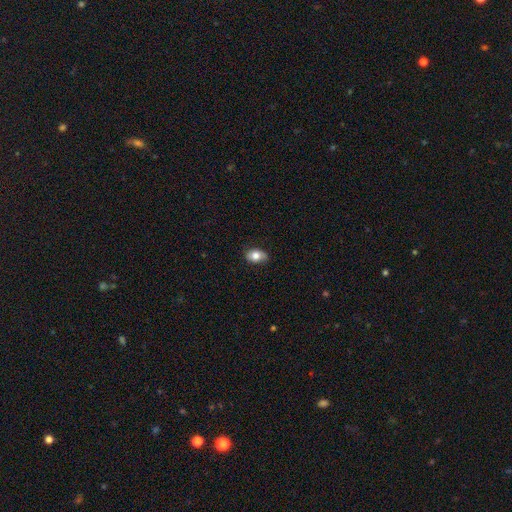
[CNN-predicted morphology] Q: Smooth or featured?
A: smooth (76%); runner-up: featured or disk (16%)
Q: How rounded?
A: in between (85%); runner-up: round (14%)
Q: Merging?
A: none (80%); runner-up: minor disturbance (16%)